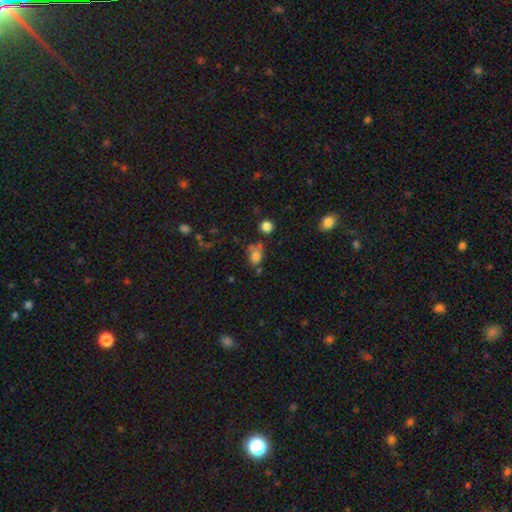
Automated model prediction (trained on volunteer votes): smooth_or_featured: smooth (p=0.74) [alt: star or artifact p=0.15]
how_rounded: in between (p=0.59) [alt: round p=0.40]
merging: none (p=0.44) [alt: minor disturbance p=0.23]